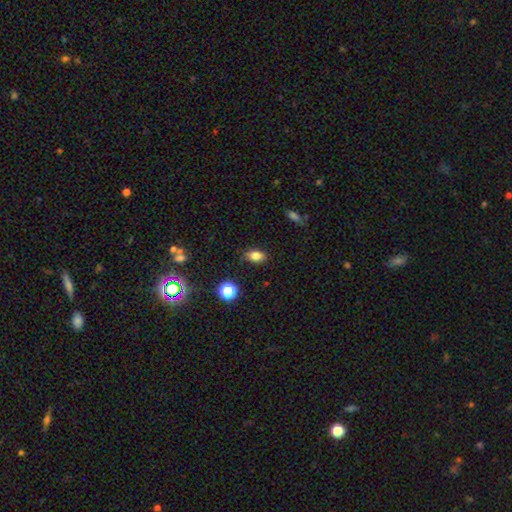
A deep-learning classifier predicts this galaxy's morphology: A smooth galaxy with no disk features (80%) that is in between round and cigar-shaped (82%). Merging: none (80%).